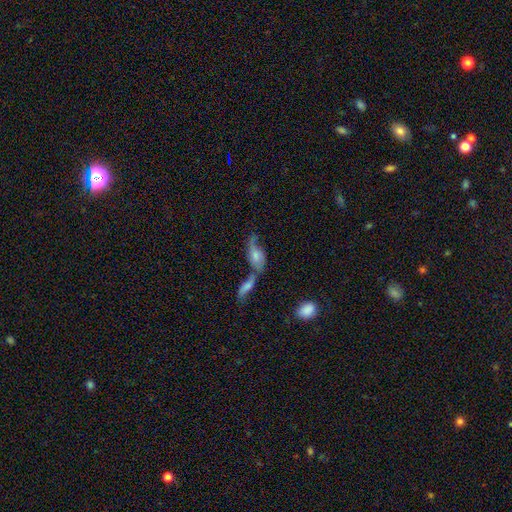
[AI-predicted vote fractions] smooth_or_featured: featured or disk (p=0.61) [alt: smooth p=0.28]
disk_edge_on: no (p=0.85) [alt: yes p=0.15]
bar: no (p=0.68) [alt: weak p=0.26]
has_spiral_arms: yes (p=0.85) [alt: no p=0.15]
bulge_size: moderate (p=0.43) [alt: small p=0.27]
merging: merger (p=0.45) [alt: none p=0.29]